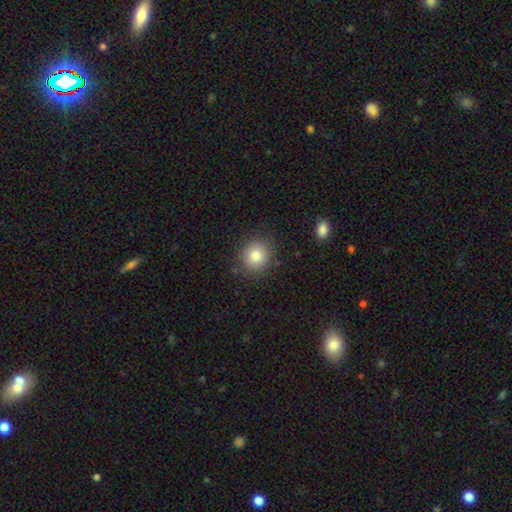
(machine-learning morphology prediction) The model was most divided on "how rounded": round: 82%, in between: 17%, cigar-shaped: 1%. More confident: merging — none (85%); smooth or featured — smooth (82%).